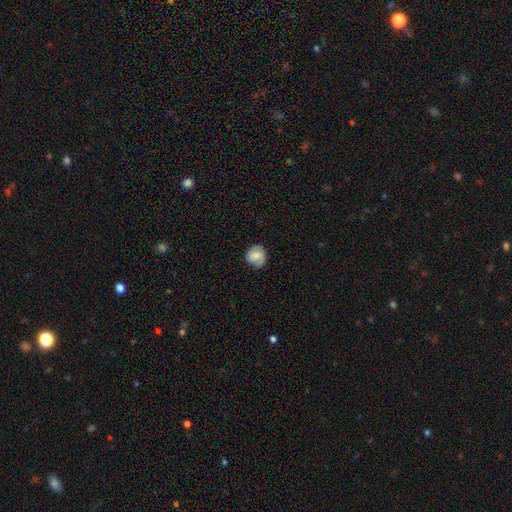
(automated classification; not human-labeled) smooth-or-featured: smooth: 73% | featured or disk: 19% | star or artifact: 8%
  how-rounded: round: 82% | in between: 17% | cigar-shaped: 1%
  merging: none: 72% | minor disturbance: 22% | major disturbance: 5% | merger: 1%